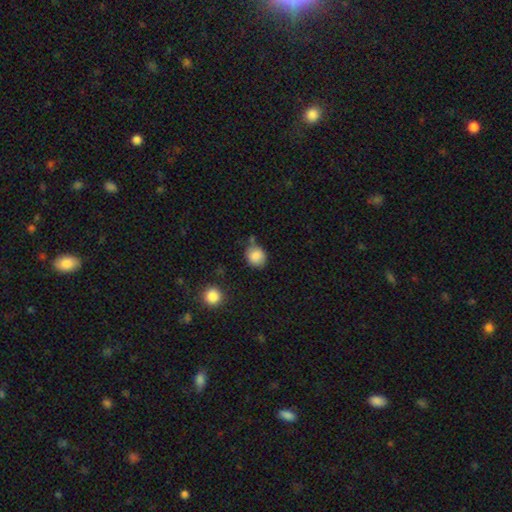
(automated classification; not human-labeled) The model was most divided on "how rounded": round: 68%, in between: 31%, cigar-shaped: 1%. More confident: smooth or featured — smooth (86%); merging — none (70%).